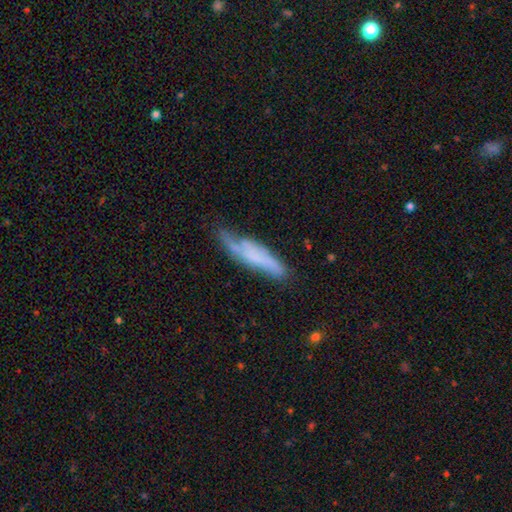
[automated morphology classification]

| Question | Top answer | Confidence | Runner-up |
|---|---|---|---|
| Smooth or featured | smooth | 47% | featured or disk (46%) |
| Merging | none | 52% | minor disturbance (32%) |